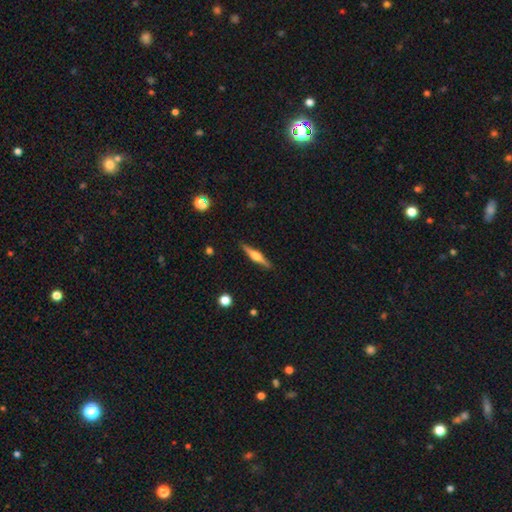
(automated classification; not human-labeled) This is likely a featured or disk galaxy (73%). It is clearly viewed edge-on (98%). Edge-on bulge: clearly rounded (92%). Merging: clearly none (90%).